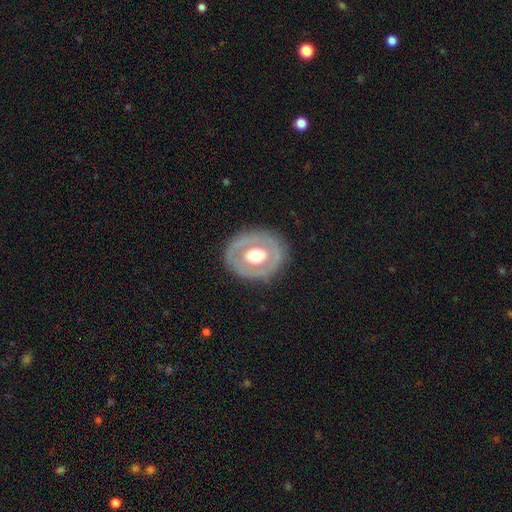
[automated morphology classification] A featured or disk galaxy (59%) with no bar (82%), no spiral arms (88%) and a moderate central bulge (56%). Merging: none (80%).